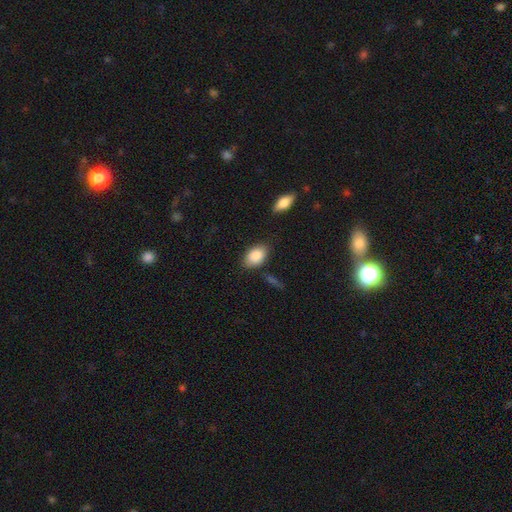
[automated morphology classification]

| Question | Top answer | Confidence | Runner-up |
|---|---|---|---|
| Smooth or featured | smooth | 87% | featured or disk (7%) |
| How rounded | in between | 88% | round (10%) |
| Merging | none | 77% | minor disturbance (16%) |